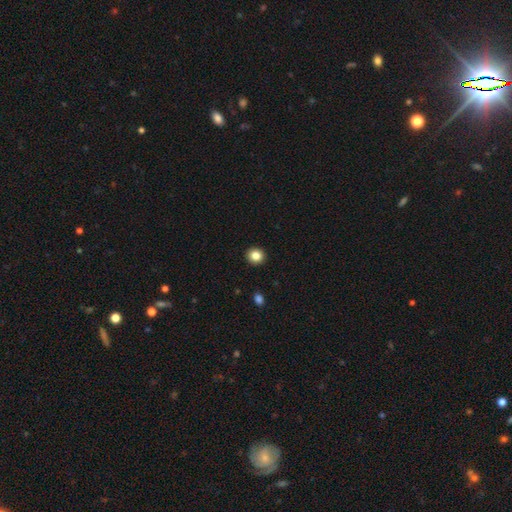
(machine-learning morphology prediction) Smooth or featured?
  - smooth: 85% *
  - star or artifact: 10%
  - featured or disk: 5%
How rounded?
  - round: 89% *
  - in between: 10%
  - cigar-shaped: 1%
Merging?
  - none: 93% *
  - minor disturbance: 4%
  - major disturbance: 1%
  - merger: 1%